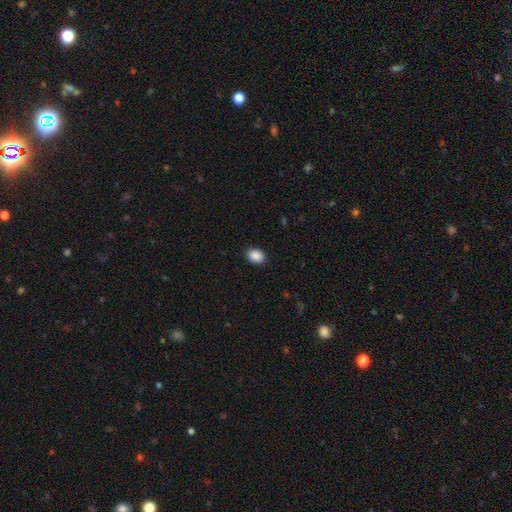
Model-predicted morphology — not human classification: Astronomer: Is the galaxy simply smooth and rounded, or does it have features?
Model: smooth — 89%.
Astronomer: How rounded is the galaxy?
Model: in between — 63%.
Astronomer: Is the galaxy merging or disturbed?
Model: none — 90%.